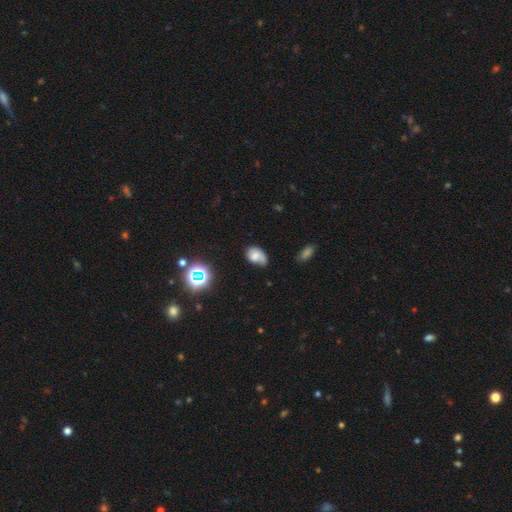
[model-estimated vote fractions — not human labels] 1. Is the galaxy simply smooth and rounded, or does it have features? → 62% smooth, 25% featured or disk, 13% star or artifact.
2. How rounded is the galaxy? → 79% in between, 20% round, 1% cigar-shaped.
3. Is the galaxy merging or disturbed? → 41% none, 37% minor disturbance, 16% major disturbance, 6% merger.